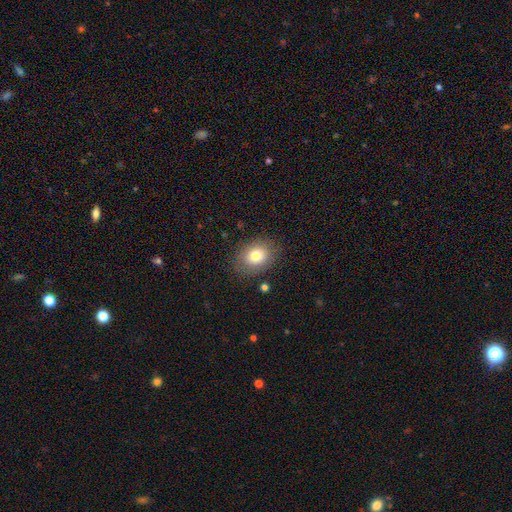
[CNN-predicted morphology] smooth 80%, featured or disk 11%, star or artifact 9%. Down the decision tree: how rounded — in between (66%); merging — none (83%).